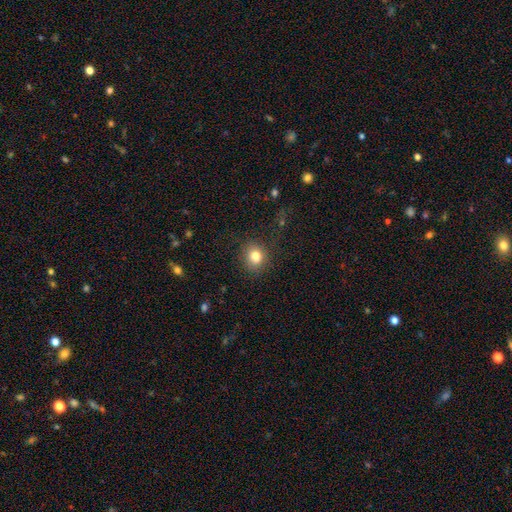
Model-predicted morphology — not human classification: The model was most divided on "how rounded": round: 67%, in between: 32%, cigar-shaped: 1%. More confident: merging — none (82%); smooth or featured — smooth (80%).